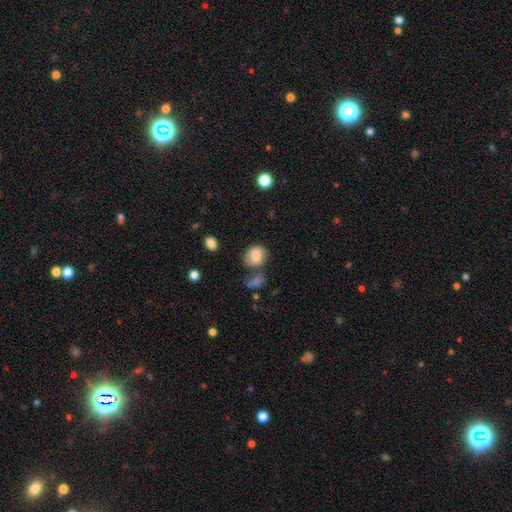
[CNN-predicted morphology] This appears to be a smooth galaxy with no disk features (80%) that is round (52%). Merging: none (57%).